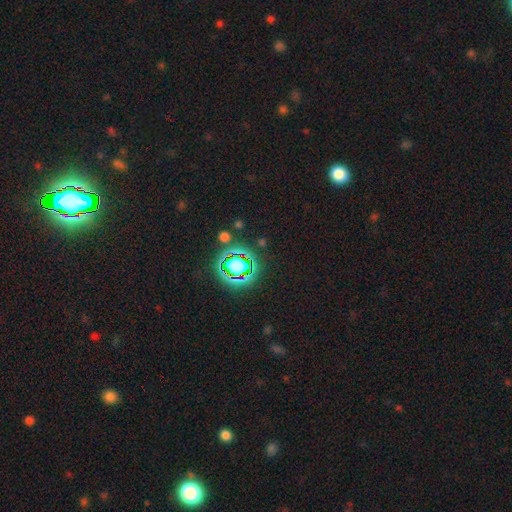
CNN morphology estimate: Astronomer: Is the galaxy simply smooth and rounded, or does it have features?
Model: star or artifact — 81%.